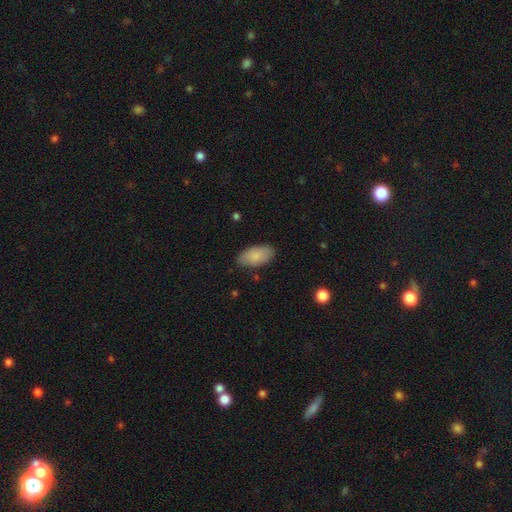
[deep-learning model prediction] This is clearly a smooth galaxy (84%). How rounded: clearly in between (94%). Merging: clearly none (80%).